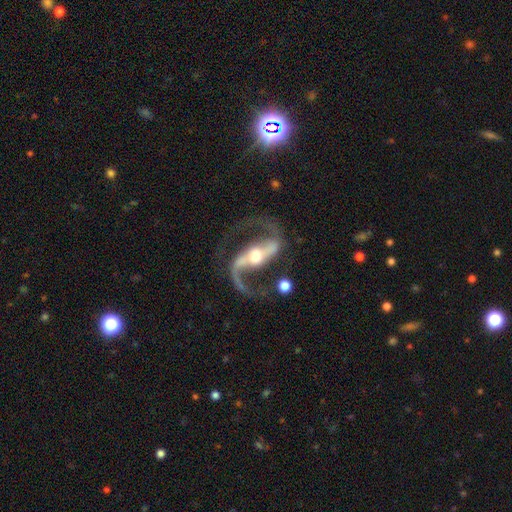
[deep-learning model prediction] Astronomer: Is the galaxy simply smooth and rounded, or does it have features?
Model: featured or disk — 93%.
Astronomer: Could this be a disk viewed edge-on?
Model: no — 96%.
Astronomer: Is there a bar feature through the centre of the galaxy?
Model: strong — 65%.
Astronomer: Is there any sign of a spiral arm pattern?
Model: yes — 98%.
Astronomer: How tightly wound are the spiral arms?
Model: medium — 50% (runner-up: loose, 42%).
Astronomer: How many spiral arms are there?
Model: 2 — 94%.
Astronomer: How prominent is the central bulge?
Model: moderate — 64%.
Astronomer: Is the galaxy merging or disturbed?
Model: none — 75%.